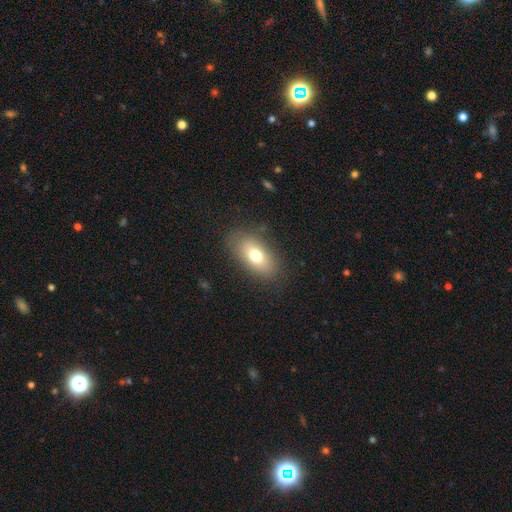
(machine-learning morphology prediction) smooth 72%, featured or disk 18%, star or artifact 9%. Down the decision tree: how rounded — in between (88%); merging — none (81%).